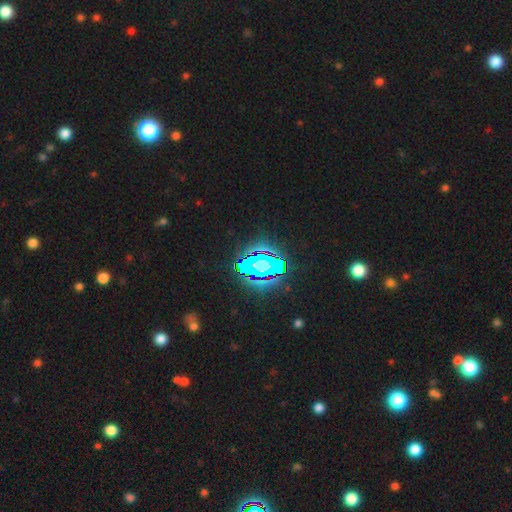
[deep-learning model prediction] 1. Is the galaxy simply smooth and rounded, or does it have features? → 80% star or artifact, 12% smooth, 9% featured or disk.